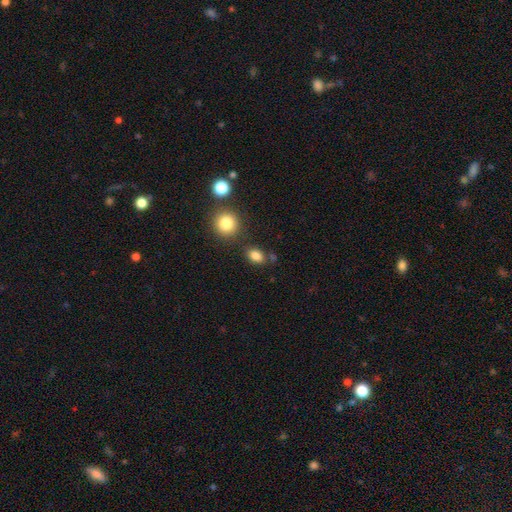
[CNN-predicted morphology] Q: Smooth or featured?
A: smooth (84%); runner-up: star or artifact (11%)
Q: How rounded?
A: in between (75%); runner-up: round (24%)
Q: Merging?
A: none (75%); runner-up: minor disturbance (13%)